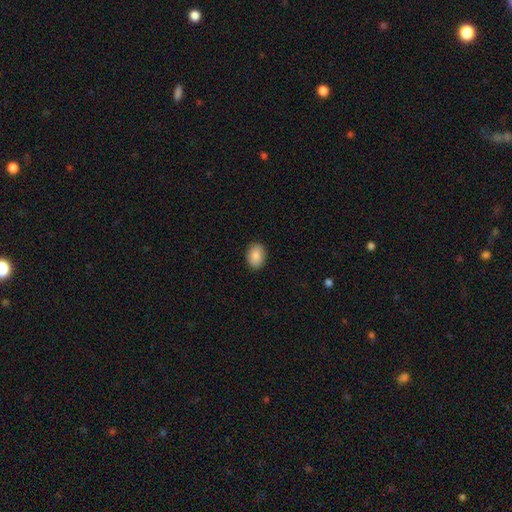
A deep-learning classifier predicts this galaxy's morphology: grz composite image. It shows a smooth galaxy with no disk features (88%) that is in between round and cigar-shaped (75%). Merging: none (89%).